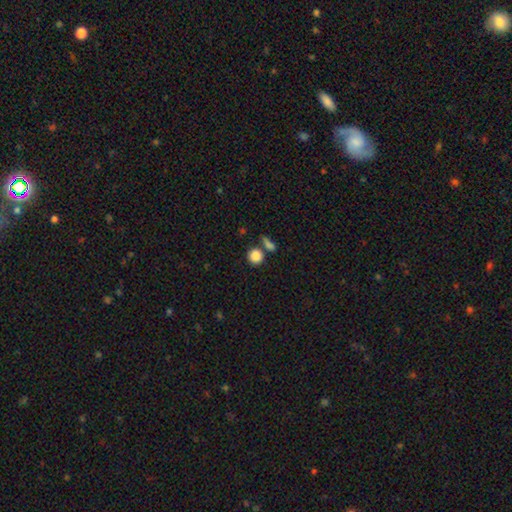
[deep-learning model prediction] The model was most divided on "merging": none: 68%, merger: 19%, minor disturbance: 9%, major disturbance: 4%. More confident: how rounded — round (88%); smooth or featured — smooth (86%).